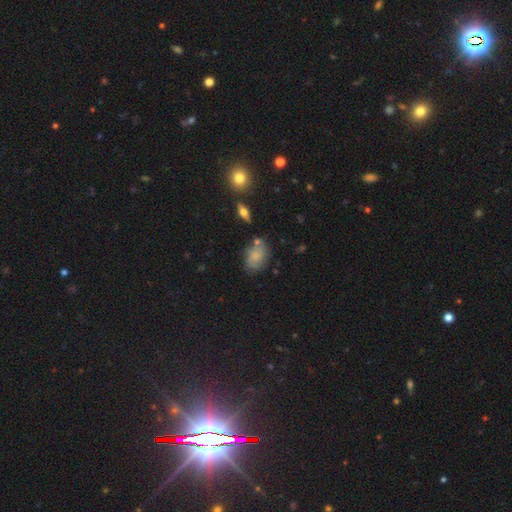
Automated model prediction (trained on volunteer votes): smooth 60%, featured or disk 30%, star or artifact 10%. Down the decision tree: how rounded — in between (80%); merging — none (62%).